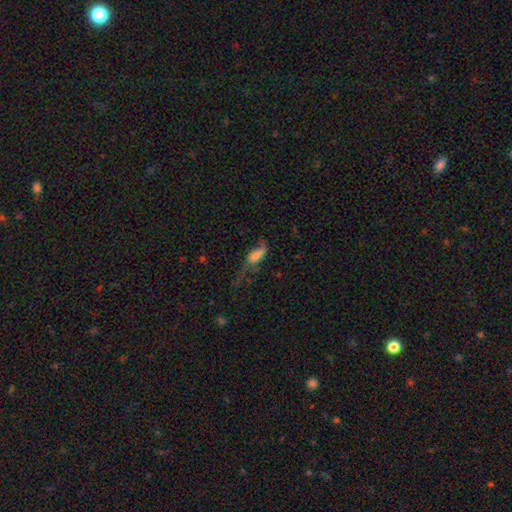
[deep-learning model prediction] A smooth galaxy with no disk features (54%) that is in between round and cigar-shaped (73%).

Vote fractions:
- Smooth or featured? smooth: 54% / featured or disk: 35% / star or artifact: 11%
- How rounded? in between: 73% / cigar-shaped: 22% / round: 5%
- Merging? major disturbance: 50% / none: 24% / minor disturbance: 20% / merger: 5%